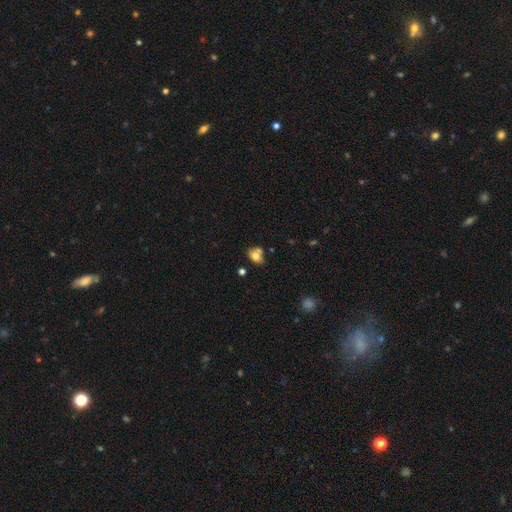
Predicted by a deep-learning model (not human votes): smooth_or_featured: smooth (p=0.72) [alt: featured or disk p=0.17]
how_rounded: in between (p=0.68) [alt: round p=0.30]
merging: none (p=0.47) [alt: merger p=0.31]